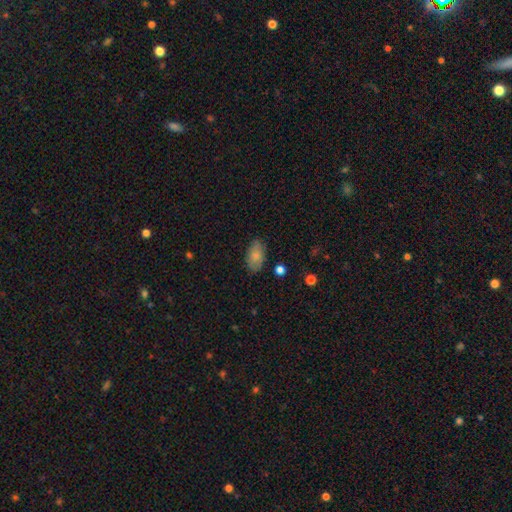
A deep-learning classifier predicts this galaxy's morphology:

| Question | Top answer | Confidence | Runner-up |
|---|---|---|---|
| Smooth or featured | smooth | 79% | featured or disk (14%) |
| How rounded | in between | 92% | round (6%) |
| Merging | none | 79% | minor disturbance (16%) |